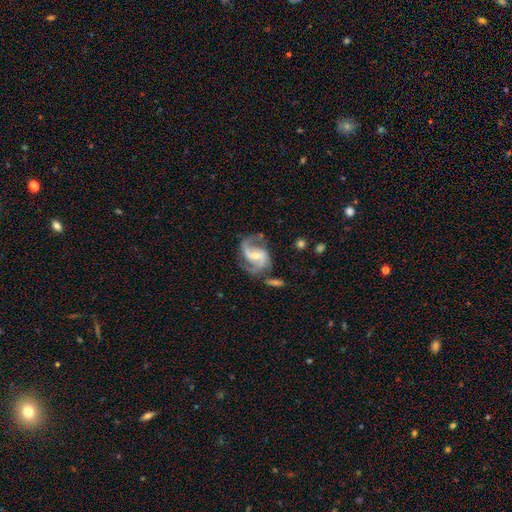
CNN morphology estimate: This is clearly a featured or disk galaxy (89%). It is clearly not viewed edge-on (98%). Bar: possibly weak (49%). Spiral arm pattern: clearly yes (97%). Spiral arm count: likely 2 (79%). Spiral winding: possibly medium (52%). Central bulge: possibly small (52%). Merging: possibly none (59%).